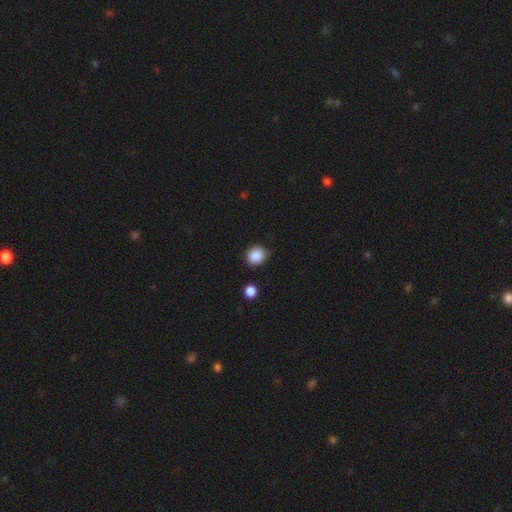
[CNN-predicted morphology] This appears to be a smooth galaxy with no disk features (88%) that is round (76%). Merging: none (82%).